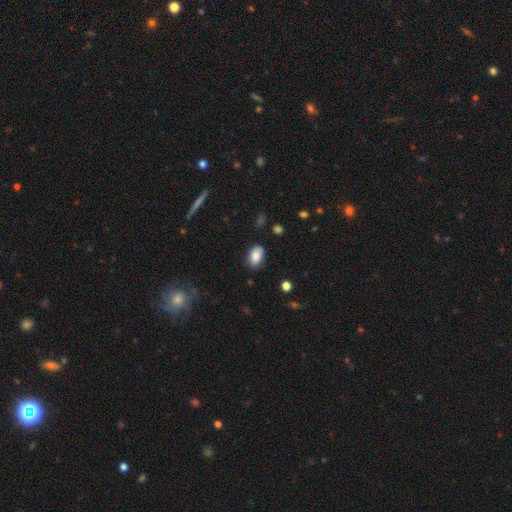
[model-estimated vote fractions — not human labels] smooth 82%, featured or disk 10%, star or artifact 7%. Down the decision tree: how rounded — in between (91%); merging — none (84%).